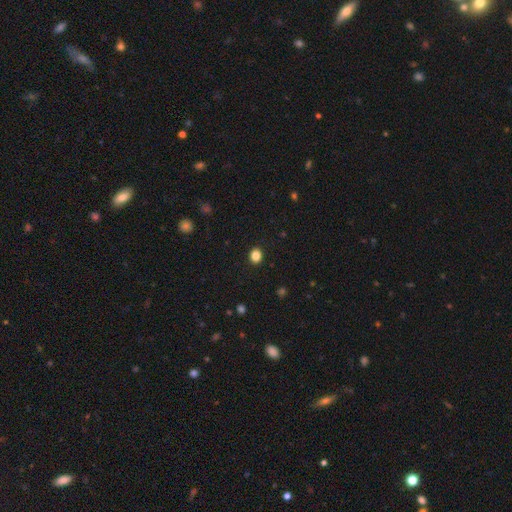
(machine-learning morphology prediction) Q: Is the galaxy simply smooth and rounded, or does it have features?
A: smooth — 85%.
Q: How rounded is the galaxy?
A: round — 68%.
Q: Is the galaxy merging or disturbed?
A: none — 91%.